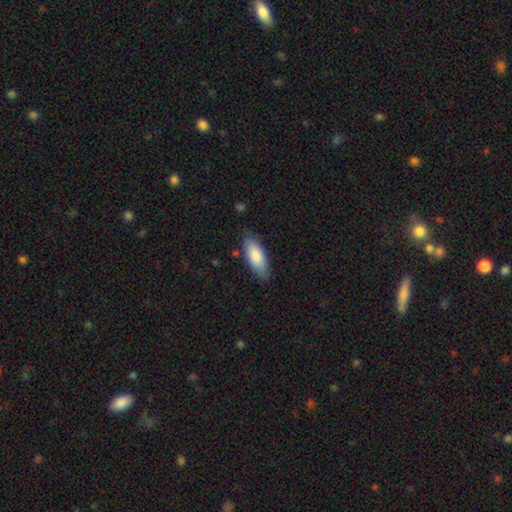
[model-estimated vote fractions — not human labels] Smooth or featured?
  - smooth: 81% *
  - featured or disk: 13%
  - star or artifact: 5%
How rounded?
  - in between: 73% *
  - cigar-shaped: 25%
  - round: 2%
Merging?
  - none: 80% *
  - minor disturbance: 16%
  - major disturbance: 3%
  - merger: 2%